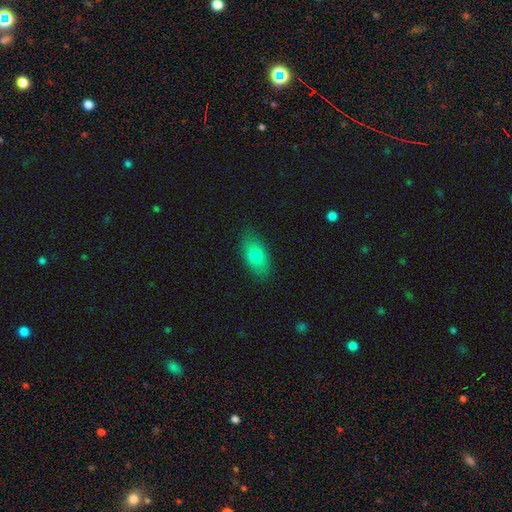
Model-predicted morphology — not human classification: This is likely a smooth galaxy (77%). How rounded: clearly in between (88%). Merging: clearly none (84%).